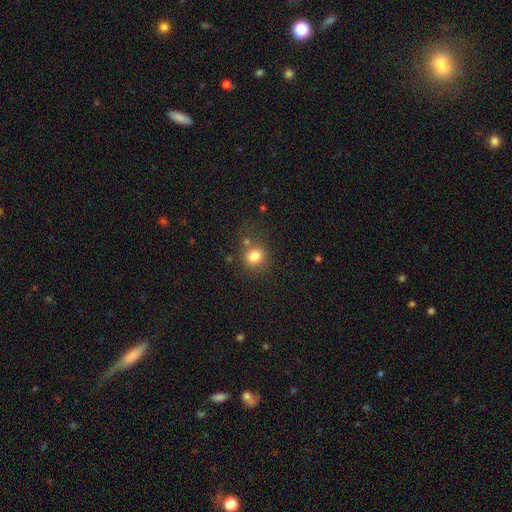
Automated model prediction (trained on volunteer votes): A smooth galaxy with no disk features (81%) that is round (79%). Merging: none (70%).